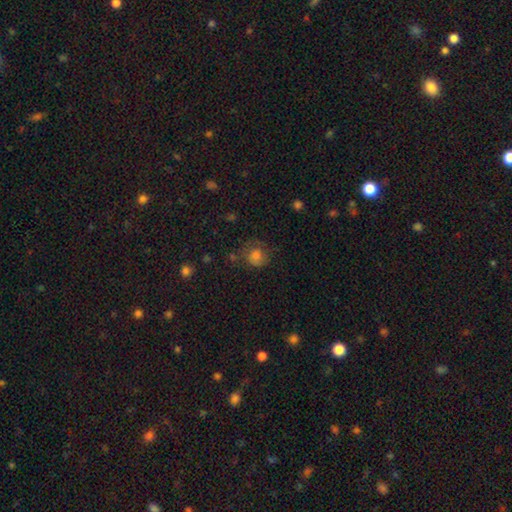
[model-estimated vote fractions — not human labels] Smooth or featured? Predicted: smooth (p=0.71). How rounded? Predicted: round (p=0.77). Merging? Predicted: none (p=0.56).